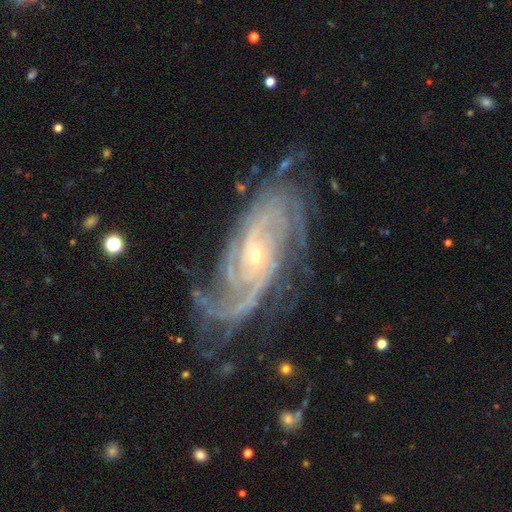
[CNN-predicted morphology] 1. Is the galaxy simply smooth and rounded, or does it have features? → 91% featured or disk, 6% star or artifact, 4% smooth.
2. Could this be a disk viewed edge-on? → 95% no, 5% yes.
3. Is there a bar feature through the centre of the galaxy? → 61% no, 28% weak, 11% strong.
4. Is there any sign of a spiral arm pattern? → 98% yes, 2% no.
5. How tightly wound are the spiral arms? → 57% tight, 35% medium, 9% loose.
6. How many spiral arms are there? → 22% 2, 21% 3, 20% can't tell, 19% 4, 11% more than 4, 8% 1.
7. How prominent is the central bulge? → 76% small, 20% moderate, 1% none, 1% large, 1% dominant.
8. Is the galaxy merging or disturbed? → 68% none, 19% minor disturbance, 10% major disturbance, 2% merger.